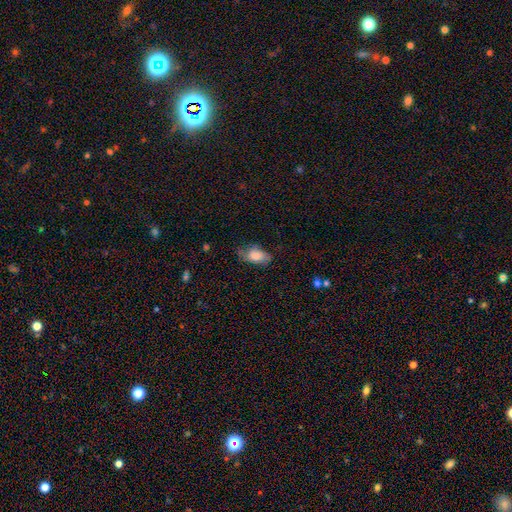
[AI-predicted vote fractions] Smooth or featured?
  - smooth: 77% *
  - featured or disk: 15%
  - star or artifact: 8%
How rounded?
  - in between: 90% *
  - round: 6%
  - cigar-shaped: 4%
Merging?
  - none: 54% *
  - minor disturbance: 32%
  - major disturbance: 13%
  - merger: 2%